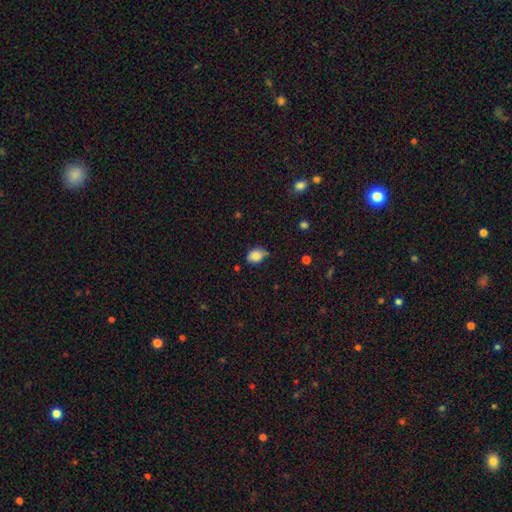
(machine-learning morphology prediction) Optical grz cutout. It shows a smooth galaxy with no disk features (84%) that is in between round and cigar-shaped (71%). Merging: none (61%).